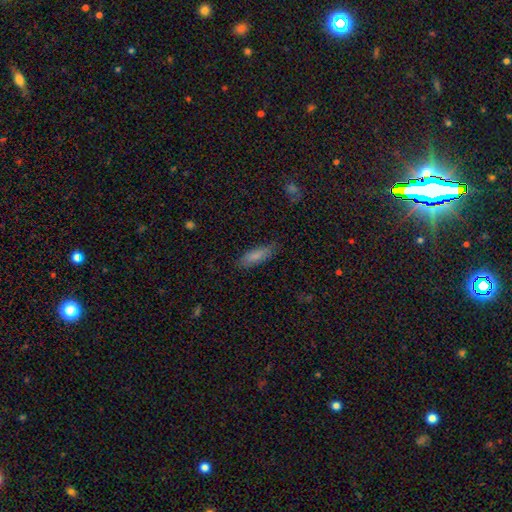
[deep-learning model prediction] A smooth galaxy with no disk features (81%) that is in between round and cigar-shaped (56%).

Vote fractions:
- Smooth or featured? smooth: 81% / featured or disk: 10% / star or artifact: 8%
- How rounded? in between: 56% / cigar-shaped: 42% / round: 2%
- Merging? none: 77% / minor disturbance: 18% / major disturbance: 4% / merger: 1%